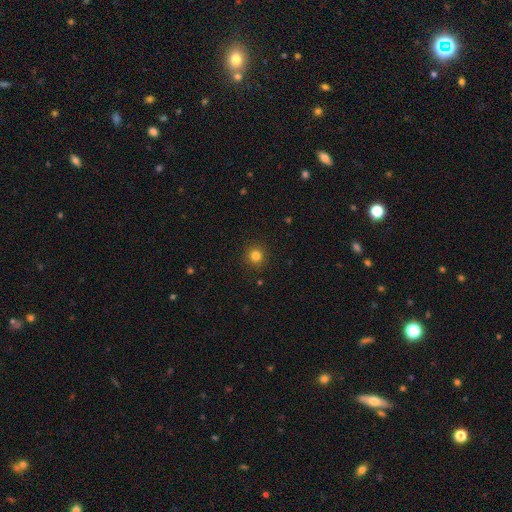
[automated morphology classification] smooth 82%, star or artifact 13%, featured or disk 5%. Down the decision tree: how rounded — round (94%); merging — none (91%).